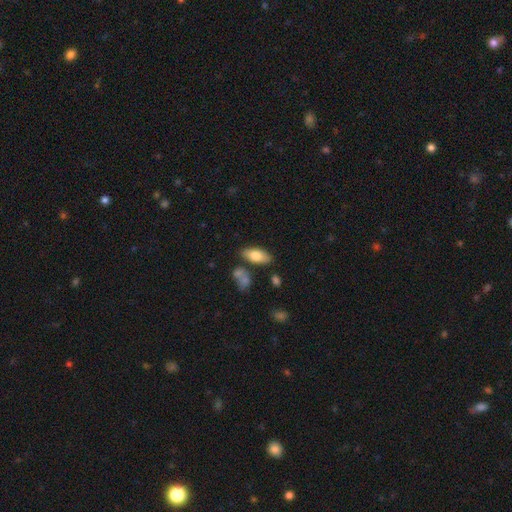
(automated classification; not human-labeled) Q: Smooth or featured?
A: smooth (77%); runner-up: featured or disk (17%)
Q: How rounded?
A: in between (85%); runner-up: cigar-shaped (12%)
Q: Merging?
A: none (75%); runner-up: minor disturbance (13%)